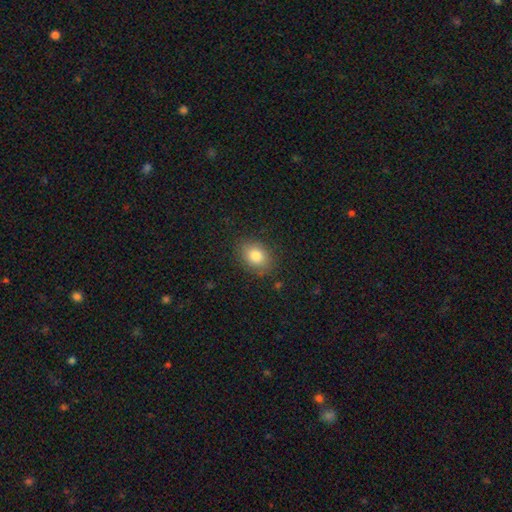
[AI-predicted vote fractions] Smooth or featured? smooth (82%)
How rounded? in between (69%)
Merging? none (83%)